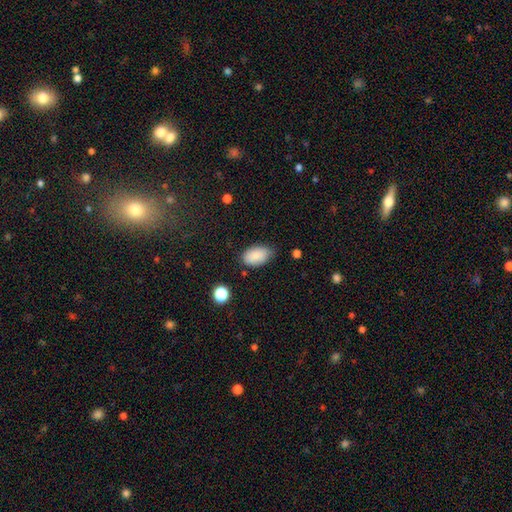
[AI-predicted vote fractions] The model was most divided on "merging": none: 67%, minor disturbance: 26%, major disturbance: 4%, merger: 2%. More confident: how rounded — in between (91%); smooth or featured — smooth (84%).